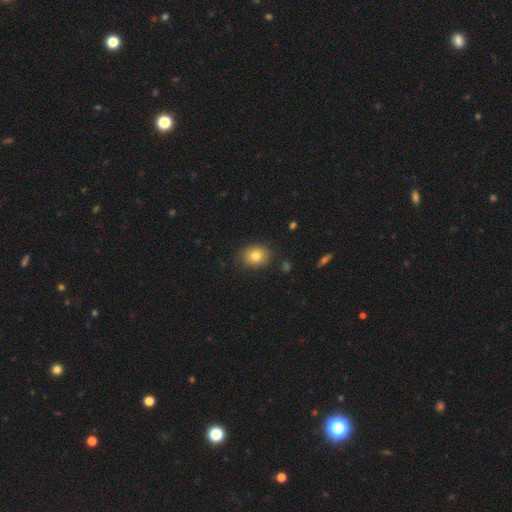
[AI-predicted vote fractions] smooth 80%, star or artifact 10%, featured or disk 10%. Down the decision tree: how rounded — round (53%); merging — none (83%).